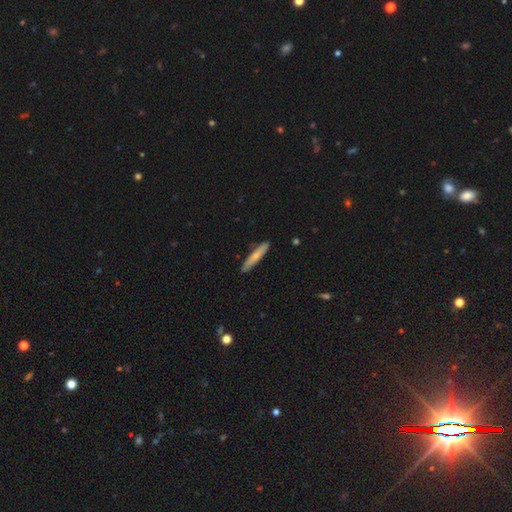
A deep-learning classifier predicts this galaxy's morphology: The model was most divided on "smooth or featured": smooth: 65%, featured or disk: 29%, star or artifact: 5%. More confident: how rounded — cigar-shaped (92%); merging — none (88%).